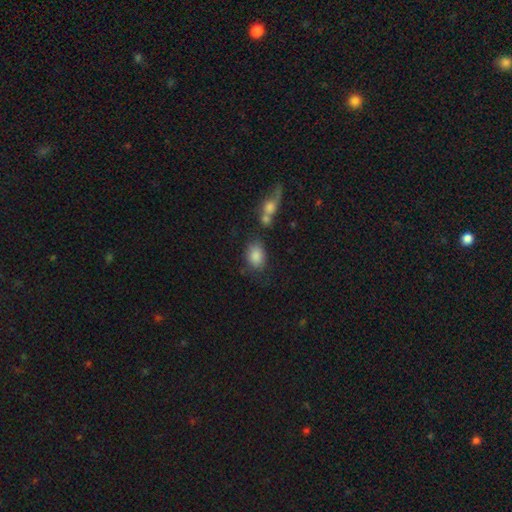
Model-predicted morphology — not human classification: Smooth or featured? Predicted: smooth (p=0.86). How rounded? Predicted: in between (p=0.77). Merging? Predicted: none (p=0.66).